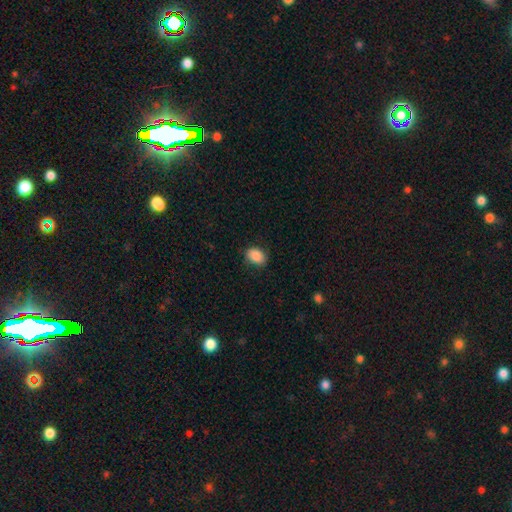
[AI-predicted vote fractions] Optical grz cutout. It shows a smooth galaxy with no disk features (88%) that is in between round and cigar-shaped (71%). Merging: none (80%).